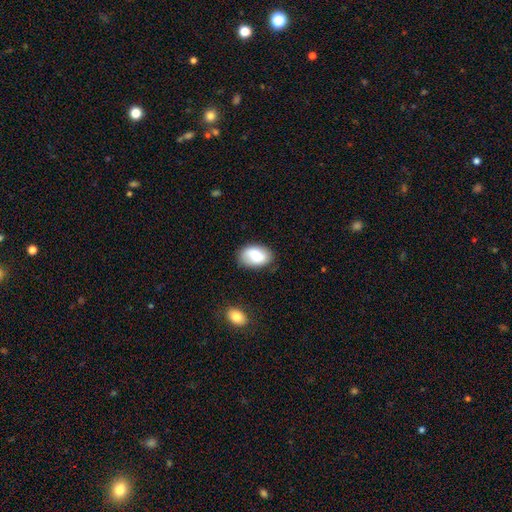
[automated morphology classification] This appears to be a smooth galaxy with no disk features (77%) that is in between round and cigar-shaped (88%). Merging: none (78%).